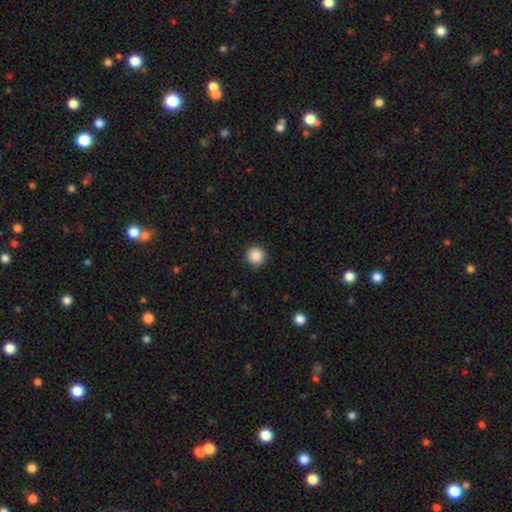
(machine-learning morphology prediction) smooth_or_featured: smooth (p=0.88) [alt: star or artifact p=0.09]
how_rounded: round (p=0.95) [alt: in between p=0.04]
merging: none (p=0.92) [alt: minor disturbance p=0.05]